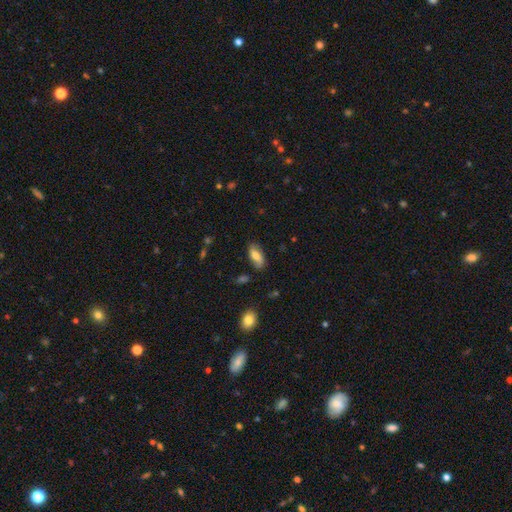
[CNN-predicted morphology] Q: Smooth or featured?
A: smooth (72%); runner-up: featured or disk (21%)
Q: How rounded?
A: in between (86%); runner-up: cigar-shaped (11%)
Q: Merging?
A: none (75%); runner-up: minor disturbance (19%)